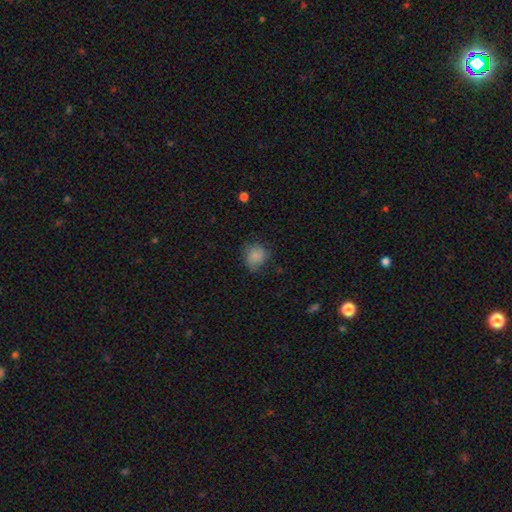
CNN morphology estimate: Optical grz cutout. It shows a smooth galaxy with no disk features (80%) that is round (76%). Merging: none (65%).